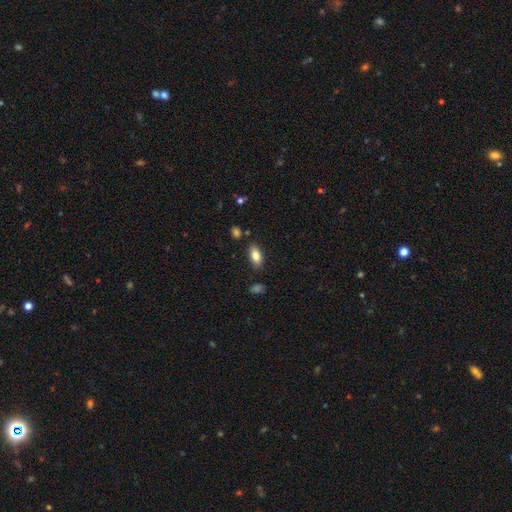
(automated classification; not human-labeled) Smooth or featured?
  - smooth: 83% *
  - featured or disk: 9%
  - star or artifact: 7%
How rounded?
  - in between: 89% *
  - cigar-shaped: 8%
  - round: 3%
Merging?
  - none: 84% *
  - minor disturbance: 11%
  - merger: 3%
  - major disturbance: 2%